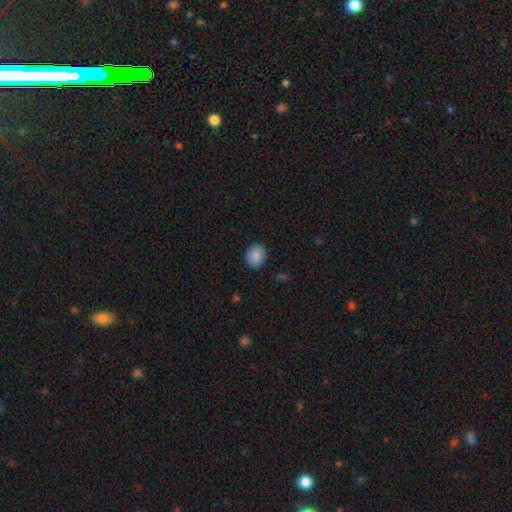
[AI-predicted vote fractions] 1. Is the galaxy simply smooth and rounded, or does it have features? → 88% smooth, 8% star or artifact, 4% featured or disk.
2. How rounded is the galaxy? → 52% round, 47% in between, 1% cigar-shaped.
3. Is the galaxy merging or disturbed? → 88% none, 9% minor disturbance, 2% major disturbance, 1% merger.